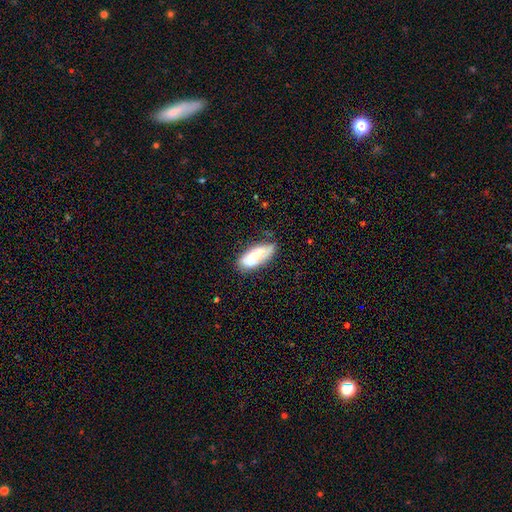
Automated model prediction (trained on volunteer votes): A smooth galaxy with no disk features (48%). Merging: none (61%).